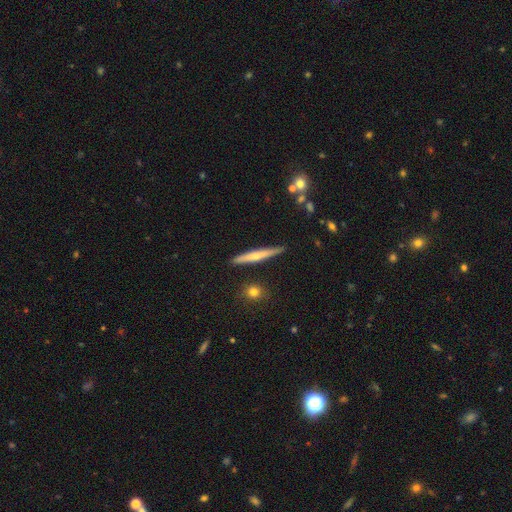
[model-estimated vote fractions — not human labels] A smooth galaxy with no disk features (51%) that is cigar-shaped (95%).

Vote fractions:
- Smooth or featured? smooth: 51% / featured or disk: 43% / star or artifact: 6%
- How rounded? cigar-shaped: 95% / in between: 4% / round: 2%
- Merging? none: 88% / minor disturbance: 9% / merger: 2% / major disturbance: 2%